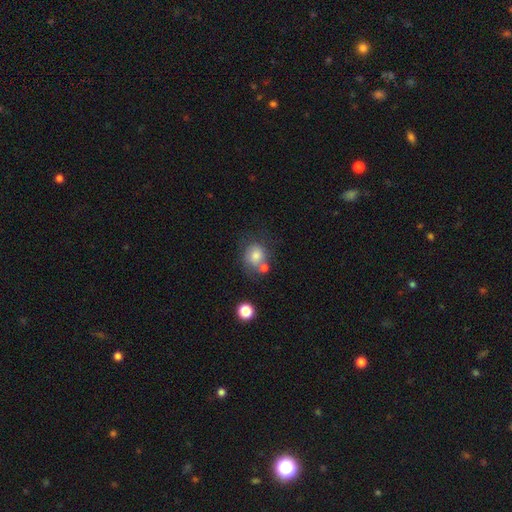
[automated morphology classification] smooth 77%, featured or disk 12%, star or artifact 10%. Down the decision tree: how rounded — round (73%); merging — none (51%).